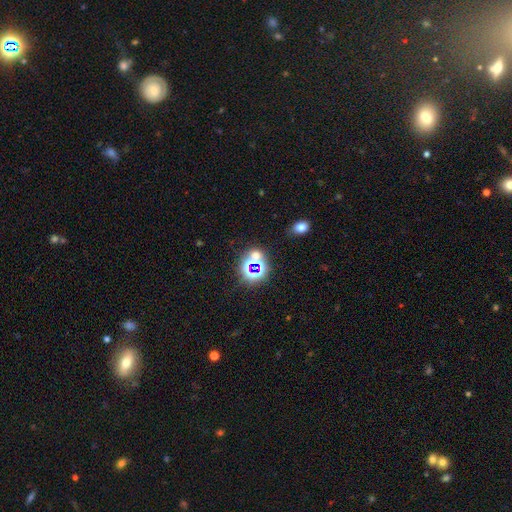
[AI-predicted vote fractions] Overall: star or artifact (62%; smooth 29%).